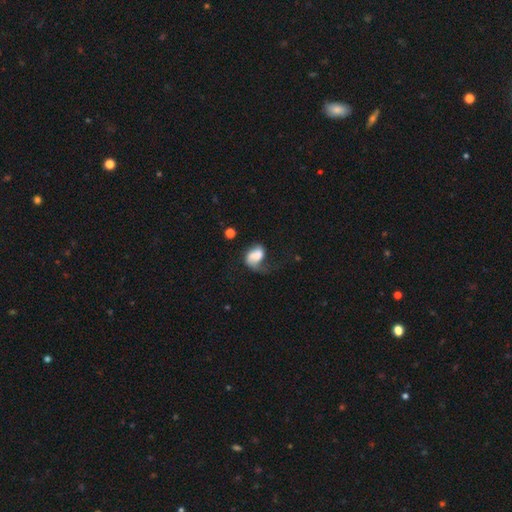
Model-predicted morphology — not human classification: Smooth or featured?
  - smooth: 53% *
  - featured or disk: 38%
  - star or artifact: 10%
How rounded?
  - in between: 75% *
  - round: 24%
  - cigar-shaped: 2%
Merging?
  - major disturbance: 48% *
  - none: 21%
  - minor disturbance: 20%
  - merger: 11%